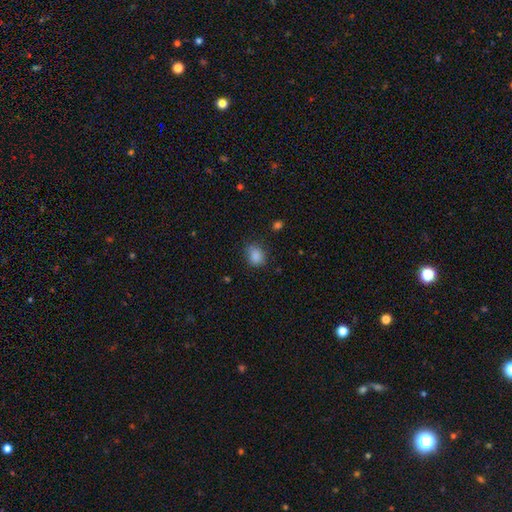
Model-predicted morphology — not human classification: Q: Smooth or featured?
A: smooth (86%); runner-up: star or artifact (10%)
Q: How rounded?
A: round (54%); runner-up: in between (45%)
Q: Merging?
A: none (70%); runner-up: minor disturbance (22%)